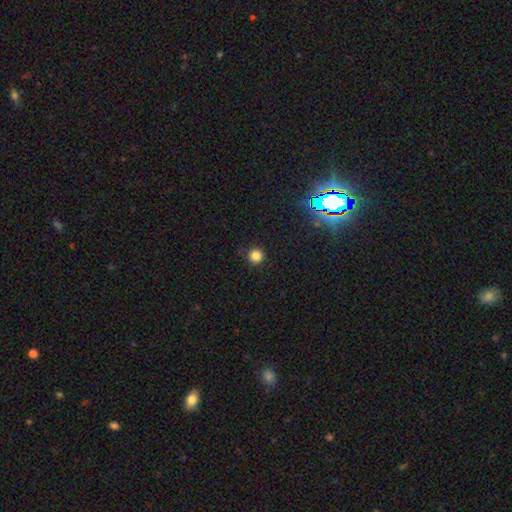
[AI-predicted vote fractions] smooth 81%, star or artifact 15%, featured or disk 4%. Down the decision tree: how rounded — round (96%); merging — none (90%).